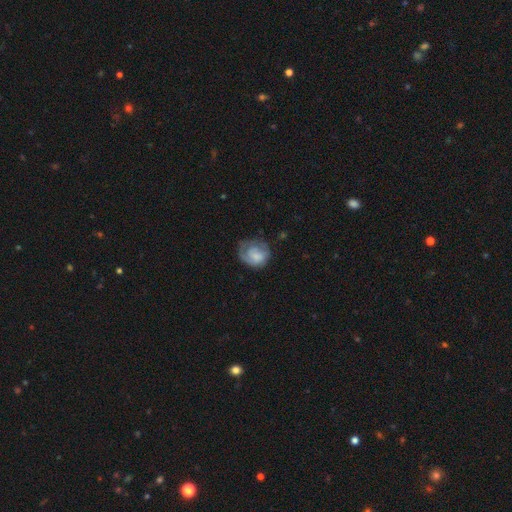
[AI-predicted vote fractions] This appears to be a smooth galaxy with no disk features (56%) that is round (65%). Merging: none (45%).